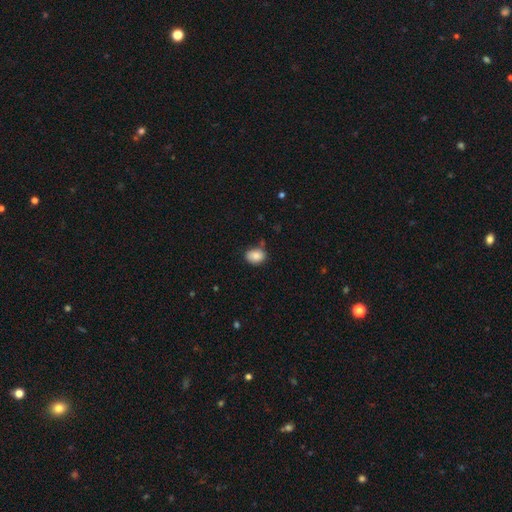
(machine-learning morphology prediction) Smooth or featured: smooth — 85% (star or artifact — 8%)
How rounded: in between — 65% (round — 34%)
Merging: none — 74% (minor disturbance — 18%)